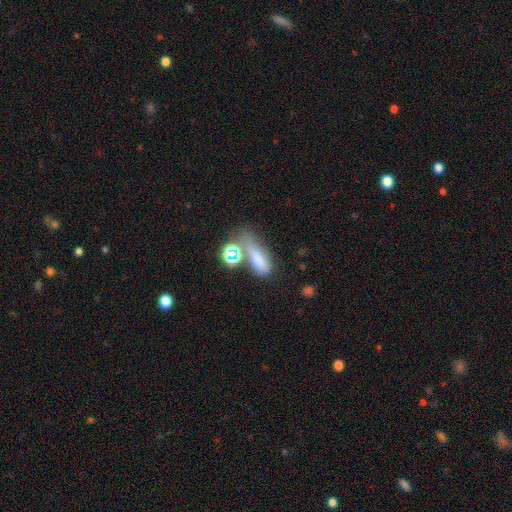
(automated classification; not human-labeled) Overall: smooth (68%). How rounded: in between (55%; cigar-shaped 33%). Merging: none (37%; merger 26%).